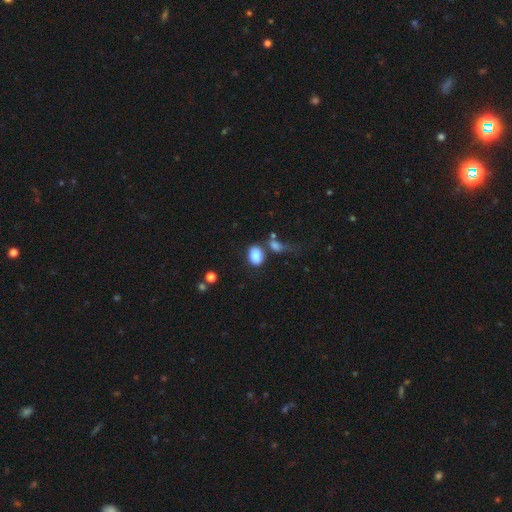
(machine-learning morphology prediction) Smooth or featured? Predicted: smooth (p=0.86). How rounded? Predicted: in between (p=0.78). Merging? Predicted: none (p=0.60).